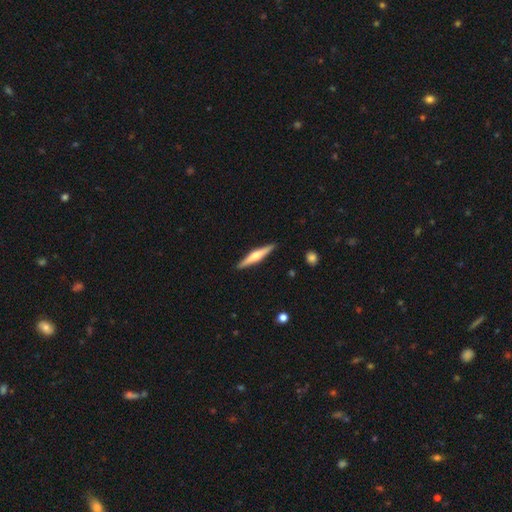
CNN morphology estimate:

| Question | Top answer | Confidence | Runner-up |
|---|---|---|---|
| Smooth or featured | featured or disk | 61% | smooth (34%) |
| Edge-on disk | yes | 98% | no (2%) |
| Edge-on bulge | rounded | 82% | boxy (10%) |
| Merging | none | 91% | minor disturbance (7%) |